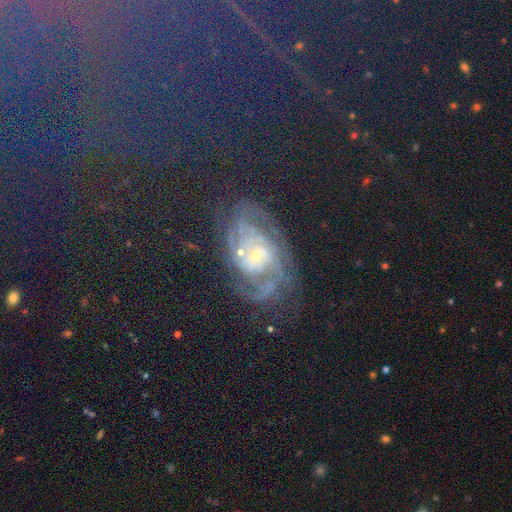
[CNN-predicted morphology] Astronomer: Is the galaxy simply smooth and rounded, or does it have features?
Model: featured or disk — 65%.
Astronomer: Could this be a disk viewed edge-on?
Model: no — 96%.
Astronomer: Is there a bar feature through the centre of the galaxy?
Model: no — 58%.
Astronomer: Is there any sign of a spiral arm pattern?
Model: yes — 93%.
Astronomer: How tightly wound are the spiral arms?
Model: tight — 48% (runner-up: medium, 37%).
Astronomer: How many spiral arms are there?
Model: can't tell — 26%, tied with 2 at 26%.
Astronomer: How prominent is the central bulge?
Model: small — 69%.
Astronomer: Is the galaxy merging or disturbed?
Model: none — 65%.